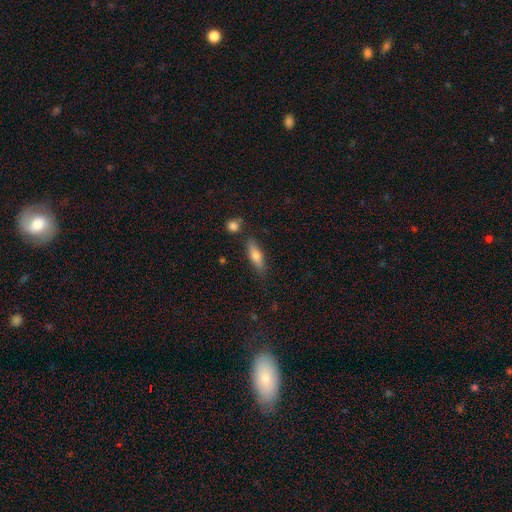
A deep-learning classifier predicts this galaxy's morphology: Smooth or featured? smooth (64%)
How rounded? cigar-shaped (60%)
Merging? none (78%)